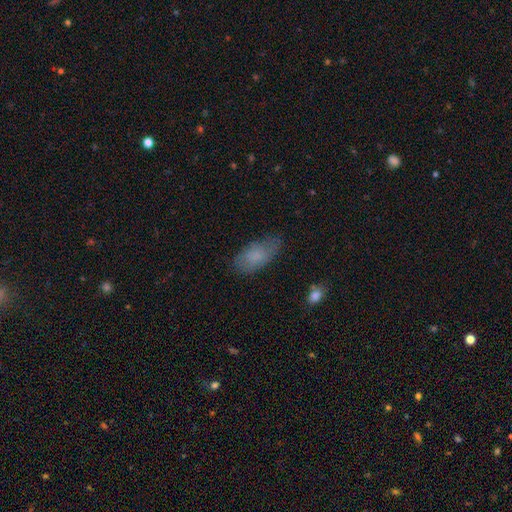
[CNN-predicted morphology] smooth 79%, featured or disk 14%, star or artifact 7%. Down the decision tree: how rounded — in between (90%); merging — none (72%).